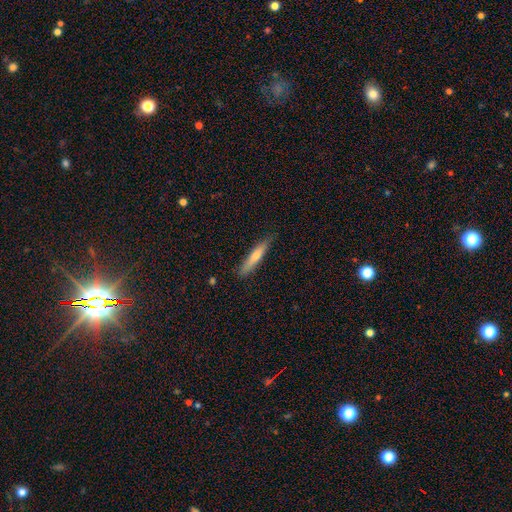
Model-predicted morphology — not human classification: smooth 58%, featured or disk 36%, star or artifact 6%. Down the decision tree: how rounded — cigar-shaped (91%); merging — none (86%).